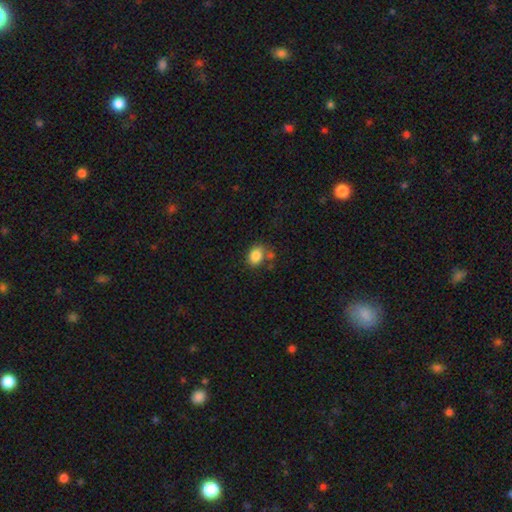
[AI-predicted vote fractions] Smooth or featured? smooth (85%)
How rounded? in between (62%)
Merging? none (63%)